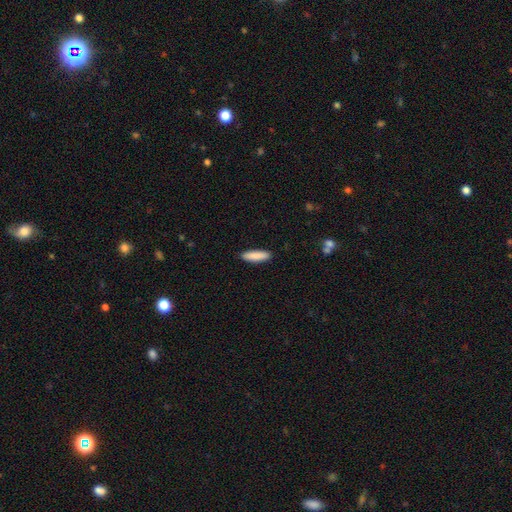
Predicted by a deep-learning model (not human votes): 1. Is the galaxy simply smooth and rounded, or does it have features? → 89% smooth, 6% star or artifact, 6% featured or disk.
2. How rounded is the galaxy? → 64% cigar-shaped, 35% in between, 1% round.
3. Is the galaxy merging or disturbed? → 90% none, 7% minor disturbance, 2% major disturbance, 1% merger.